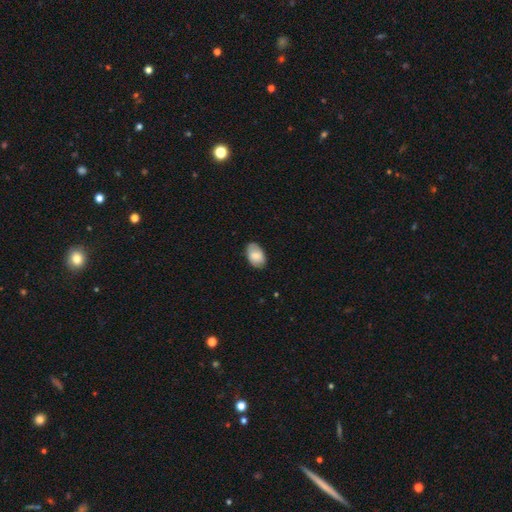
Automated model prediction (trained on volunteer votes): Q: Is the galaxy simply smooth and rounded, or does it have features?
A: smooth — 74%.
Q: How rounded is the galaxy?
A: in between — 89%.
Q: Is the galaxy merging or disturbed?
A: none — 79%.